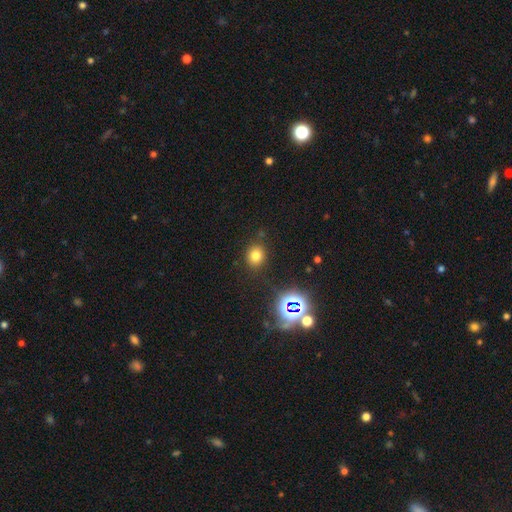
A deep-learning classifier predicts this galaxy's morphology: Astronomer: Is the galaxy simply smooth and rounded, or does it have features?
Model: smooth — 74%.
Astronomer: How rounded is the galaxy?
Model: round — 69%.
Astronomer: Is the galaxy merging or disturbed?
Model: none — 85%.